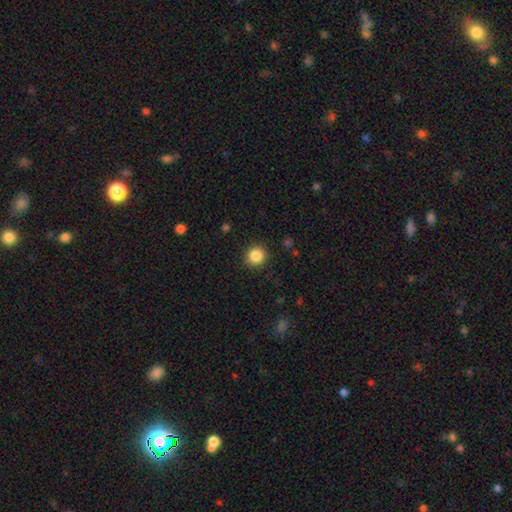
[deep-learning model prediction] smooth-or-featured: smooth: 86% | star or artifact: 10% | featured or disk: 4%
  how-rounded: round: 92% | in between: 7% | cigar-shaped: 1%
  merging: none: 91% | minor disturbance: 6% | major disturbance: 2% | merger: 1%